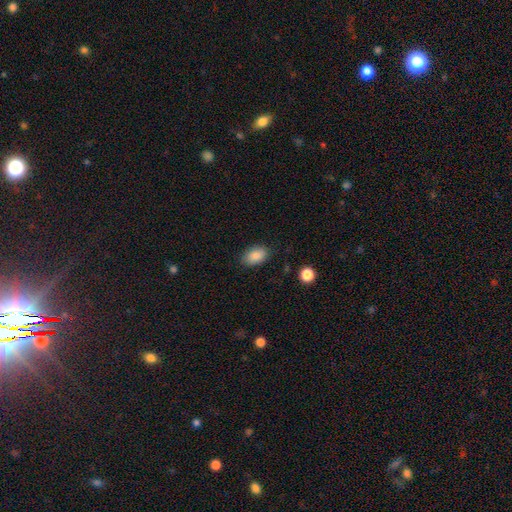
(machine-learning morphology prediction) smooth_or_featured: smooth (p=0.86) [alt: star or artifact p=0.08]
how_rounded: in between (p=0.88) [alt: round p=0.10]
merging: none (p=0.84) [alt: minor disturbance p=0.12]